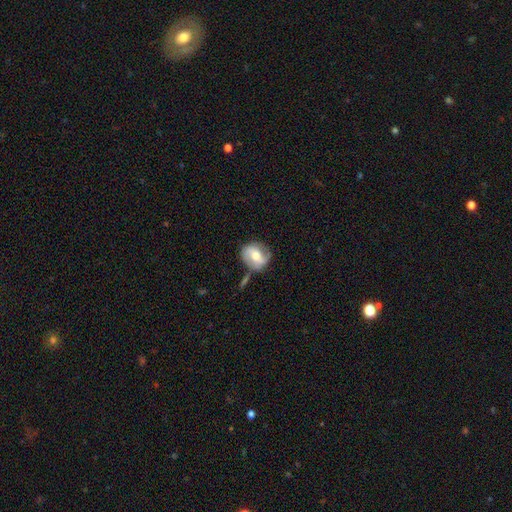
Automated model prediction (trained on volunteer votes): Q: Smooth or featured?
A: featured or disk (58%); runner-up: smooth (36%)
Q: Edge-on disk?
A: no (96%); runner-up: yes (4%)
Q: Bar?
A: weak (40%); runner-up: no (33%)
Q: Spiral arms?
A: yes (77%); runner-up: no (23%)
Q: Bulge size?
A: moderate (69%); runner-up: small (23%)
Q: Merging?
A: none (64%); runner-up: minor disturbance (20%)